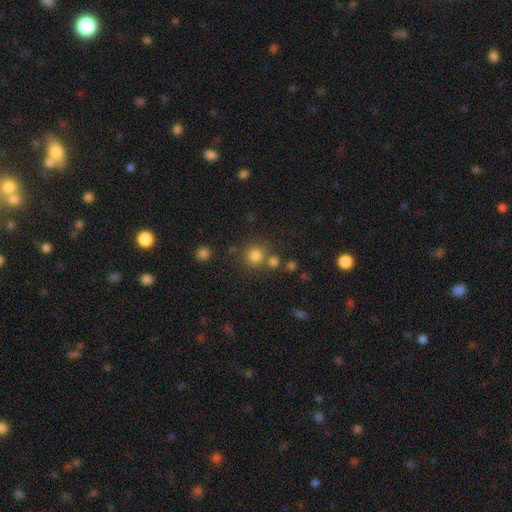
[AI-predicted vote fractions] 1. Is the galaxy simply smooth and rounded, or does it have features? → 80% smooth, 15% star or artifact, 6% featured or disk.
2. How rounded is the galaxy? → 91% round, 8% in between, 1% cigar-shaped.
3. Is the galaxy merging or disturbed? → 71% none, 17% merger, 8% minor disturbance, 4% major disturbance.